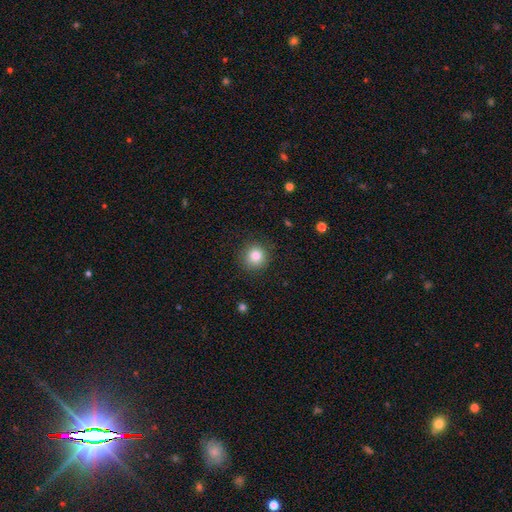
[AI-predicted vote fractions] This is clearly a smooth galaxy (85%). How rounded: clearly round (92%). Merging: clearly none (87%).